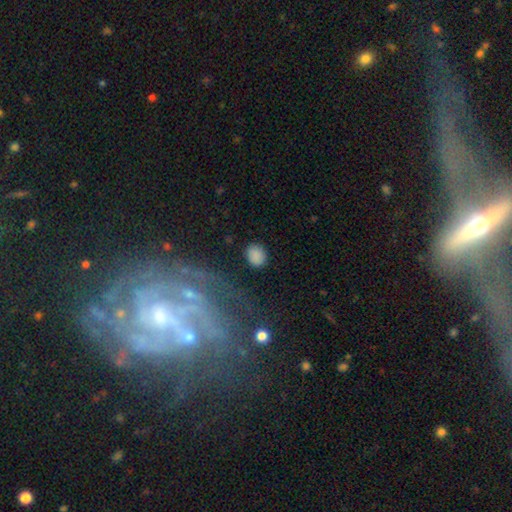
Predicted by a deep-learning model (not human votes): Morphology: type=smooth (85%); roundness=round (54%); merging=none (85%).